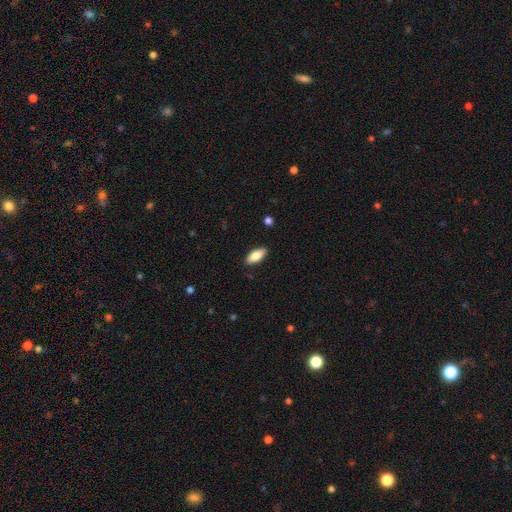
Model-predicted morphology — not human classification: The model was most divided on "how rounded": in between: 85%, cigar-shaped: 13%, round: 2%. More confident: merging — none (88%); smooth or featured — smooth (84%).